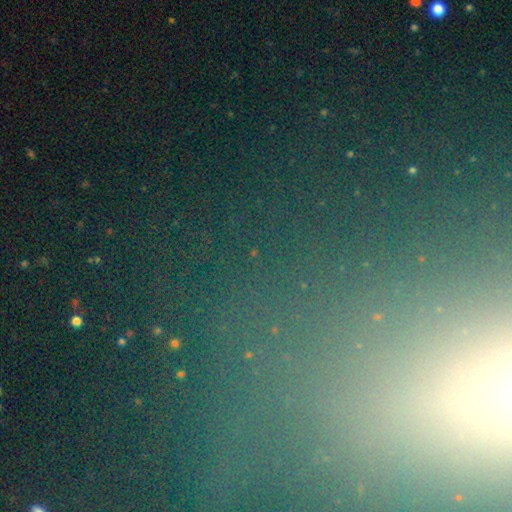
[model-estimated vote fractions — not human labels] Smooth or featured? Predicted: star or artifact (p=0.70).